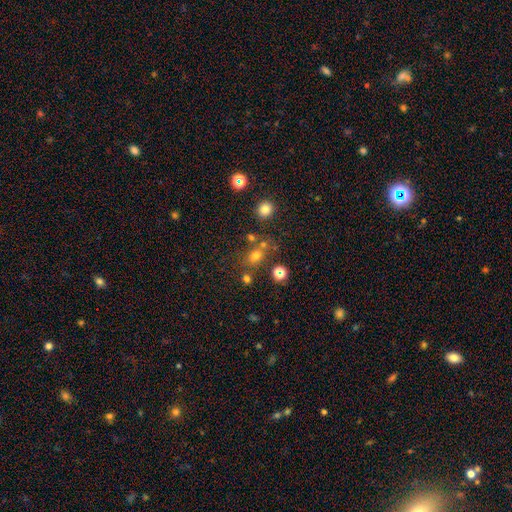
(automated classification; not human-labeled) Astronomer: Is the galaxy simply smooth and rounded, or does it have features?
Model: smooth — 65%.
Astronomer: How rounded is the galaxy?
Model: round — 63%.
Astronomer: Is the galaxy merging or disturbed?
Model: none — 64%.